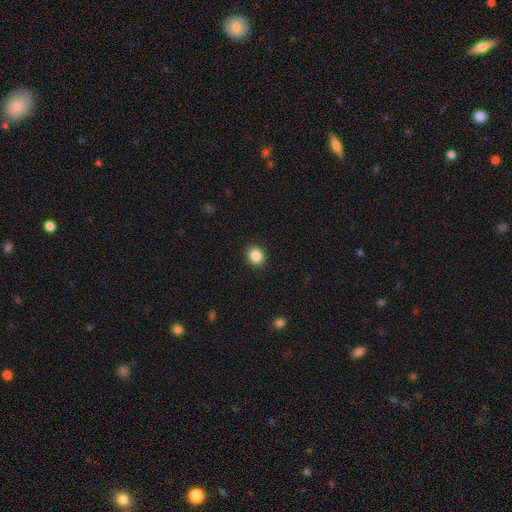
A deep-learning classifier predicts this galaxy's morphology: type=smooth (86%); roundness=round (78%); merging=none (92%).